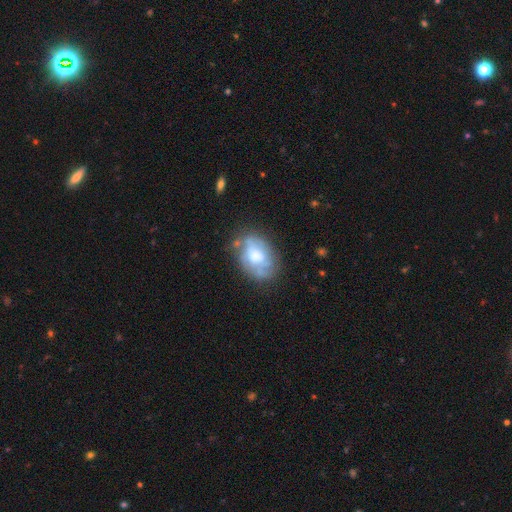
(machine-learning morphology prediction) Smooth or featured? featured or disk (55%)
Edge-on disk? no (96%)
Bar? no (69%)
Spiral arms? yes (58%)
Bulge size? large (38%)
Merging? none (57%)